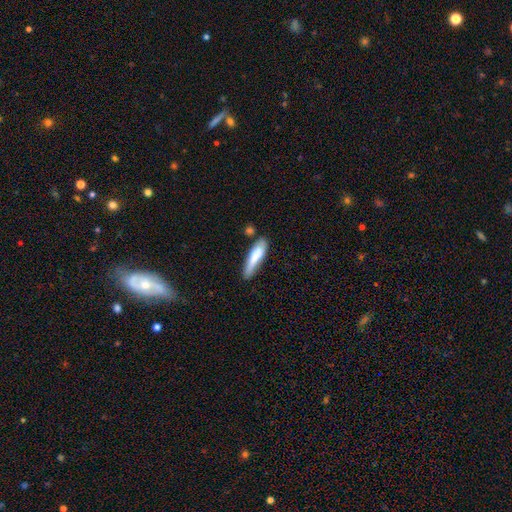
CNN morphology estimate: This is likely a smooth galaxy (77%). How rounded: likely cigar-shaped (77%). Merging: possibly none (54%).